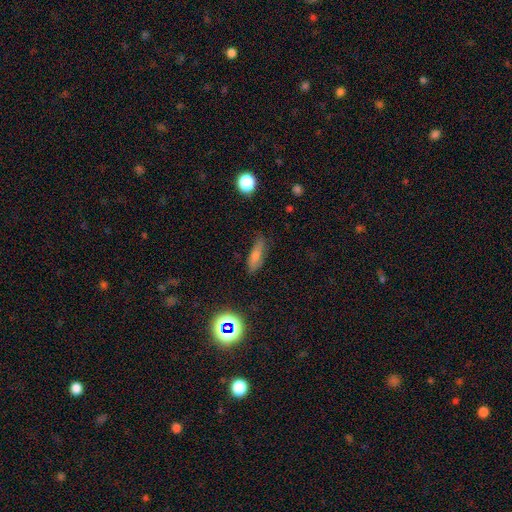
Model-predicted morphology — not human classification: The model was most divided on "how rounded": in between: 54%, cigar-shaped: 42%, round: 3%. More confident: merging — none (74%); smooth or featured — smooth (73%).